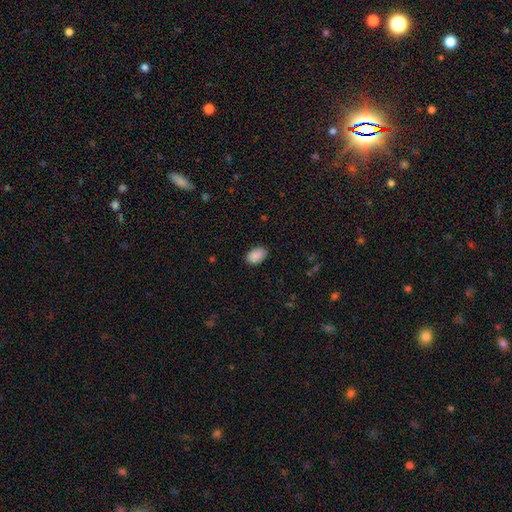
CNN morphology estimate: Overall: smooth (90%). How rounded: in between (90%). Merging: none (86%).